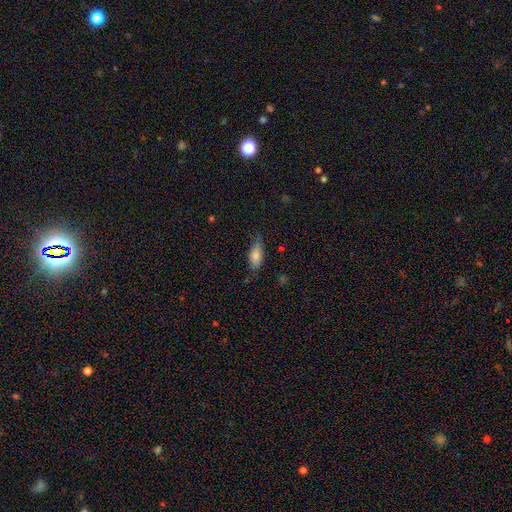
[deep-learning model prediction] Smooth or featured?
  - smooth: 79% *
  - featured or disk: 13%
  - star or artifact: 7%
How rounded?
  - in between: 79% *
  - cigar-shaped: 19%
  - round: 3%
Merging?
  - none: 69% *
  - minor disturbance: 24%
  - major disturbance: 5%
  - merger: 2%